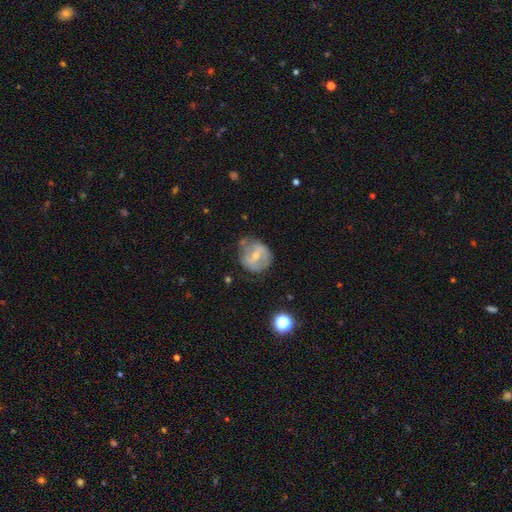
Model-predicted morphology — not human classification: Smooth or featured? Predicted: featured or disk (p=0.63). Edge-on disk? Predicted: no (p=0.97). Bar? Predicted: weak (p=0.48). Spiral arms? Predicted: yes (p=0.67). Bulge size? Predicted: moderate (p=0.49). Merging? Predicted: none (p=0.63).